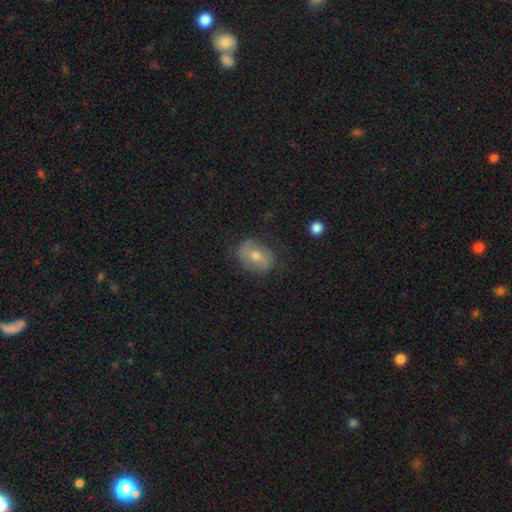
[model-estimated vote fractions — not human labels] featured or disk 47%, smooth 43%, star or artifact 10%. Down the decision tree: merging — none (70%).